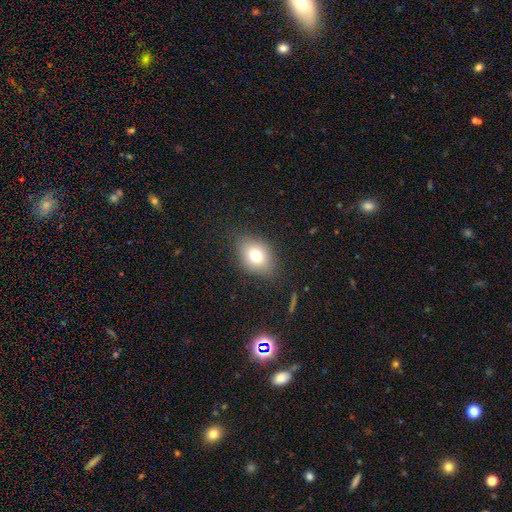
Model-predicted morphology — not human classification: A smooth galaxy with no disk features (73%) that is in between round and cigar-shaped (68%). Merging: none (79%).